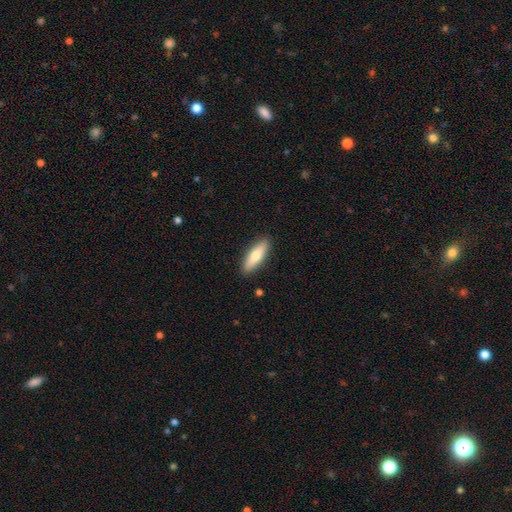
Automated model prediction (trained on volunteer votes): Q: Smooth or featured?
A: smooth (66%); runner-up: featured or disk (29%)
Q: How rounded?
A: cigar-shaped (55%); runner-up: in between (43%)
Q: Merging?
A: none (89%); runner-up: minor disturbance (8%)